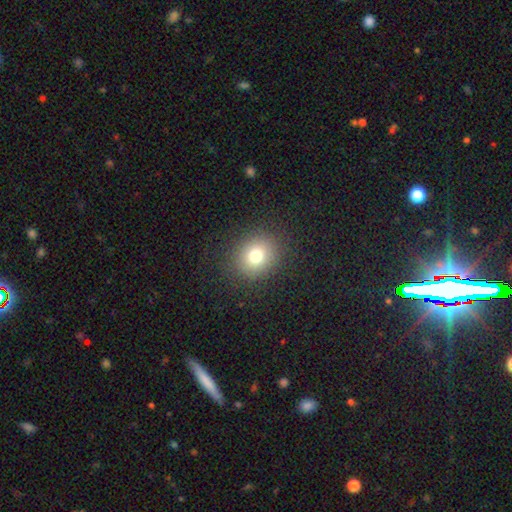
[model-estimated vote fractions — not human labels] smooth_or_featured: smooth (p=0.75) [alt: star or artifact p=0.15]
how_rounded: round (p=0.76) [alt: in between p=0.23]
merging: none (p=0.88) [alt: minor disturbance p=0.07]